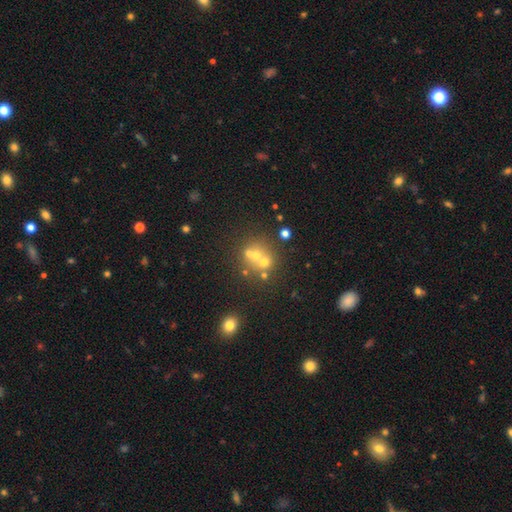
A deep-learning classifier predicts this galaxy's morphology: Smooth or featured? smooth (49%)
Merging? none (44%)